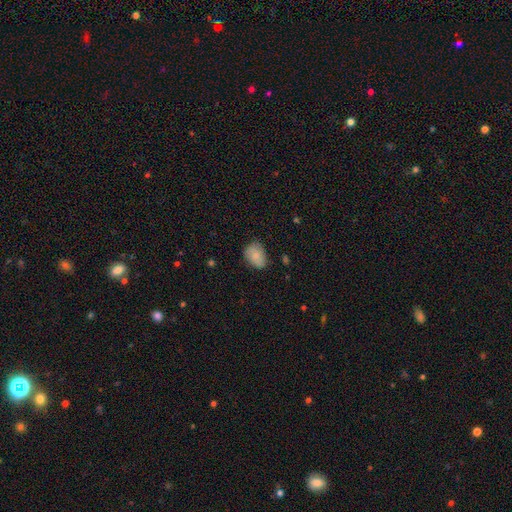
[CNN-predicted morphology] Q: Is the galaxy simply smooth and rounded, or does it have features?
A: smooth — 83%.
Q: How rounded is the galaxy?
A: in between — 77%.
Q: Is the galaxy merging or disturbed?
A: none — 70%.